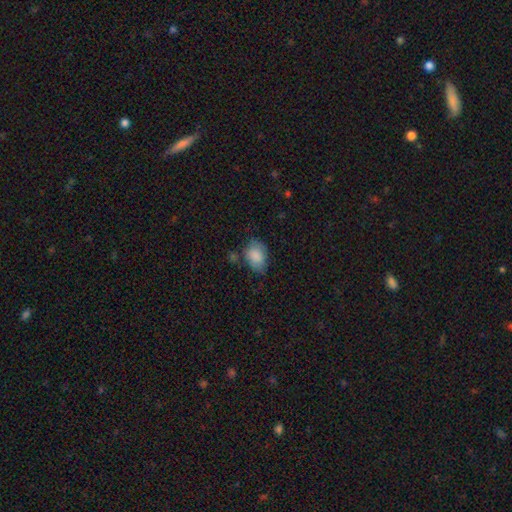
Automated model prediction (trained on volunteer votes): Smooth or featured?
  - smooth: 84% *
  - featured or disk: 8%
  - star or artifact: 7%
How rounded?
  - in between: 81% *
  - round: 17%
  - cigar-shaped: 1%
Merging?
  - none: 58% *
  - minor disturbance: 29%
  - major disturbance: 8%
  - merger: 6%